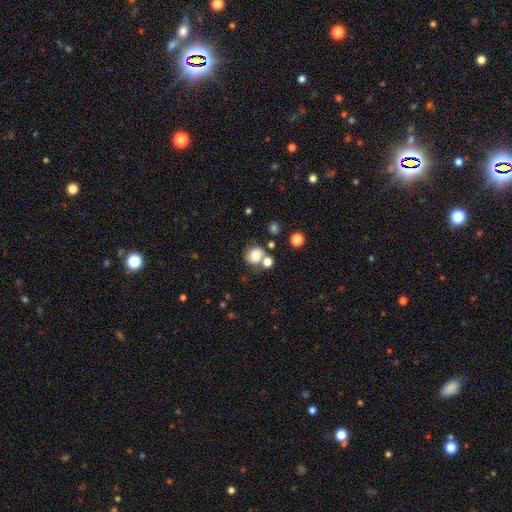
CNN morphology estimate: type=smooth (72%); roundness=round (79%); merging=none (51%).